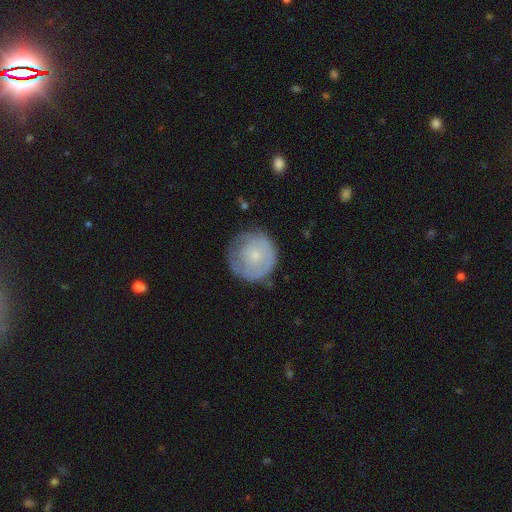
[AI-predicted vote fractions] The model was most divided on "smooth or featured": smooth: 56%, featured or disk: 38%, star or artifact: 7%. More confident: how rounded — round (92%); merging — none (65%).